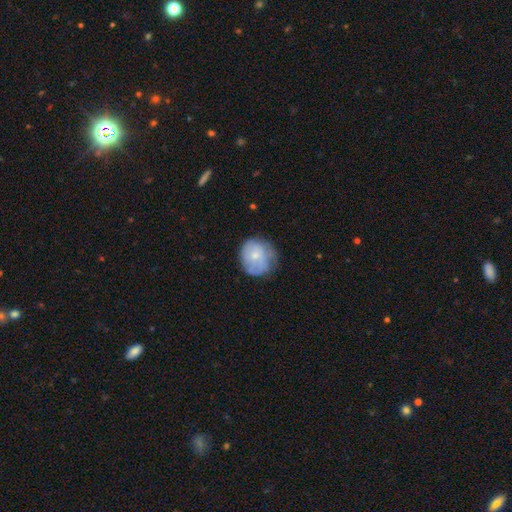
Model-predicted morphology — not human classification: smooth_or_featured: smooth (p=0.58) [alt: featured or disk p=0.35]
how_rounded: round (p=0.81) [alt: in between p=0.18]
merging: none (p=0.57) [alt: minor disturbance p=0.29]